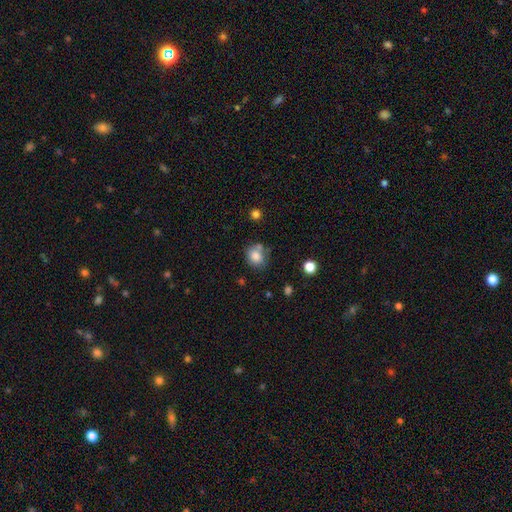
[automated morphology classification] This appears to be a smooth galaxy with no disk features (82%) that is round (68%). Merging: none (64%).